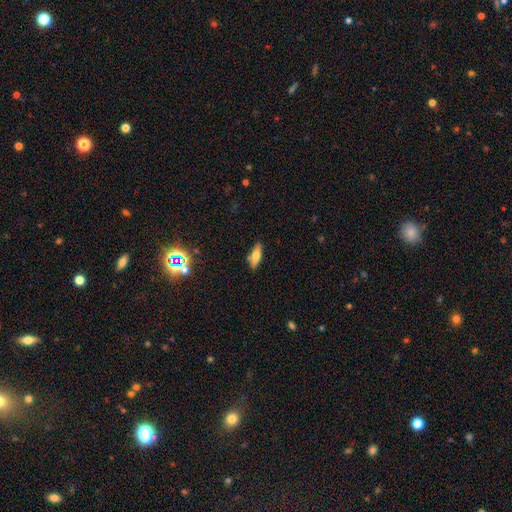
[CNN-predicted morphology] Smooth or featured: smooth — 74% (featured or disk — 18%)
How rounded: in between — 66% (cigar-shaped — 31%)
Merging: none — 81% (minor disturbance — 13%)